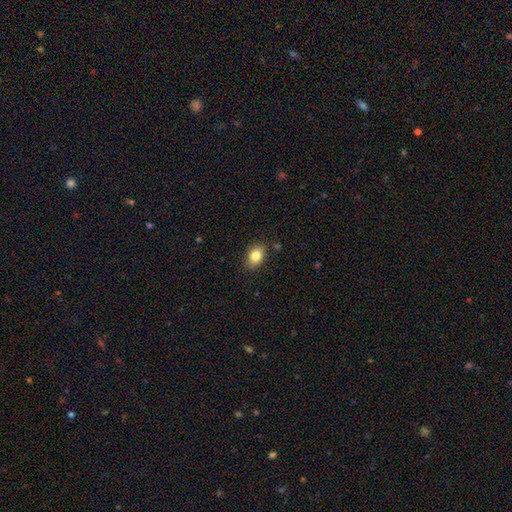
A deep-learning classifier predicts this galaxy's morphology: type=smooth (83%); roundness=in between (78%); merging=none (83%).